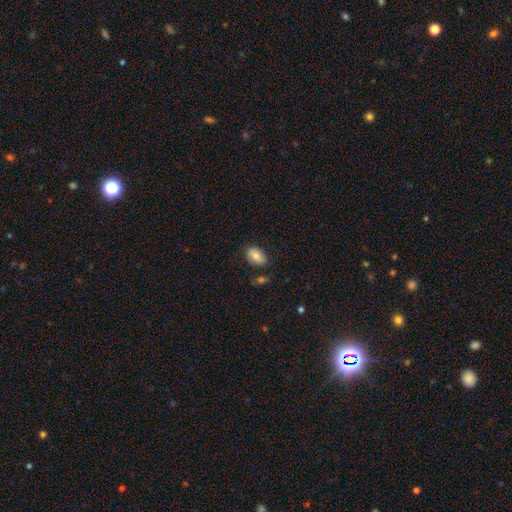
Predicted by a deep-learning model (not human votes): Overall: smooth (78%). How rounded: in between (89%). Merging: none (78%).